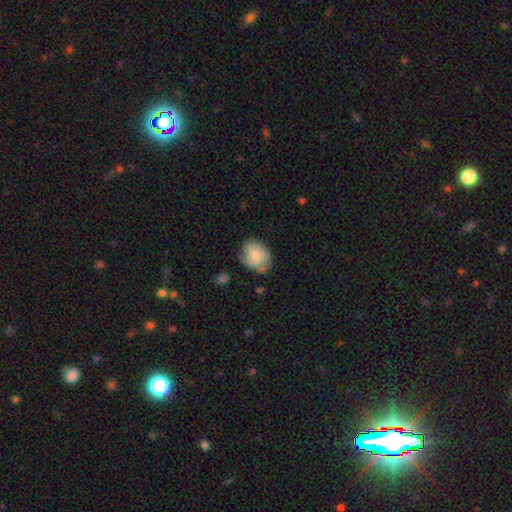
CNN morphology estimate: The model was most divided on "merging": none: 59%, minor disturbance: 30%, major disturbance: 8%, merger: 3%. More confident: smooth or featured — smooth (71%); how rounded — in between (67%).